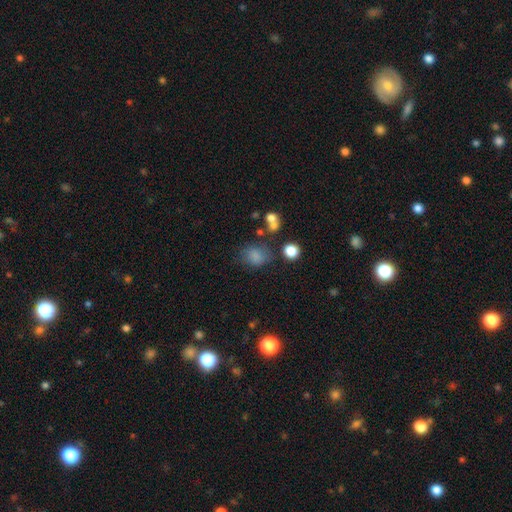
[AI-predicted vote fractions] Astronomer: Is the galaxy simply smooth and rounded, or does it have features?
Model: smooth — 77%.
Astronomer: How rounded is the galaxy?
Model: round — 55% (runner-up: in between, 44%).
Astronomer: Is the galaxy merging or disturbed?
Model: none — 62%.